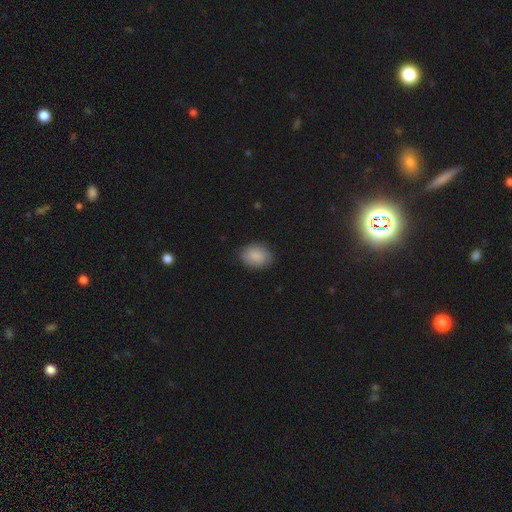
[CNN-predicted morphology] smooth_or_featured: smooth (p=0.87) [alt: featured or disk p=0.07]
how_rounded: in between (p=0.67) [alt: round p=0.32]
merging: none (p=0.82) [alt: minor disturbance p=0.14]